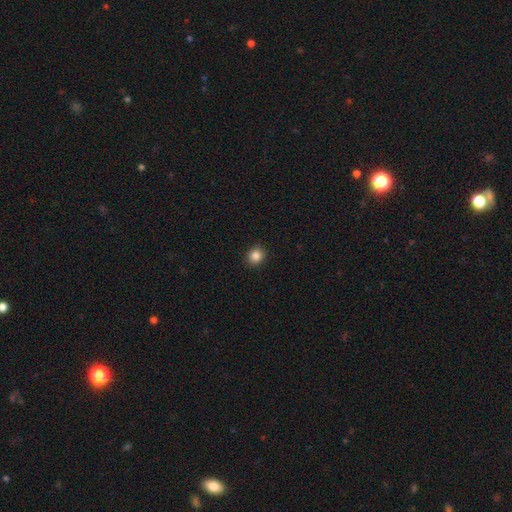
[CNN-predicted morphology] Smooth or featured? smooth (85%)
How rounded? round (77%)
Merging? none (91%)